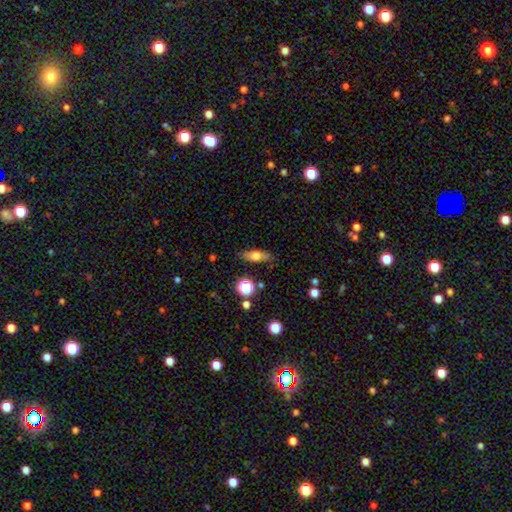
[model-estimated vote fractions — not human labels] Morphology: type=smooth (64%); roundness=in between (51%); merging=none (82%).